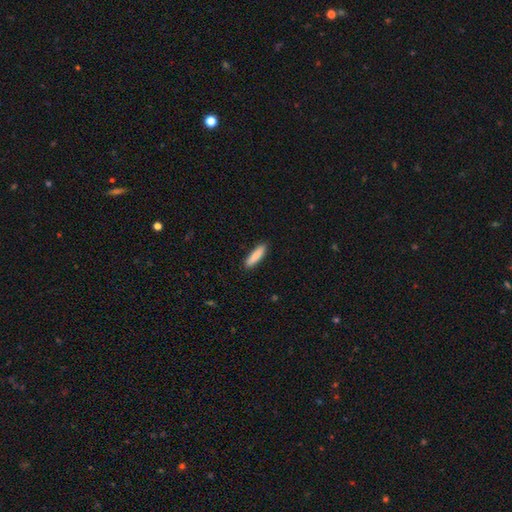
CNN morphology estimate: This is clearly a smooth galaxy (87%). How rounded: likely cigar-shaped (75%). Merging: clearly none (89%).